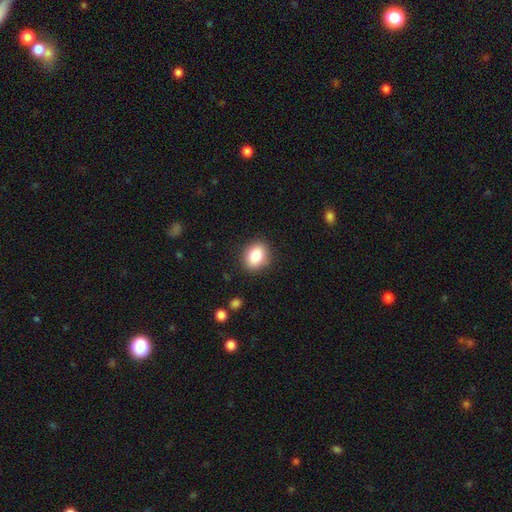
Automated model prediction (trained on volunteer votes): smooth 84%, star or artifact 9%, featured or disk 8%. Down the decision tree: how rounded — in between (59%); merging — none (88%).